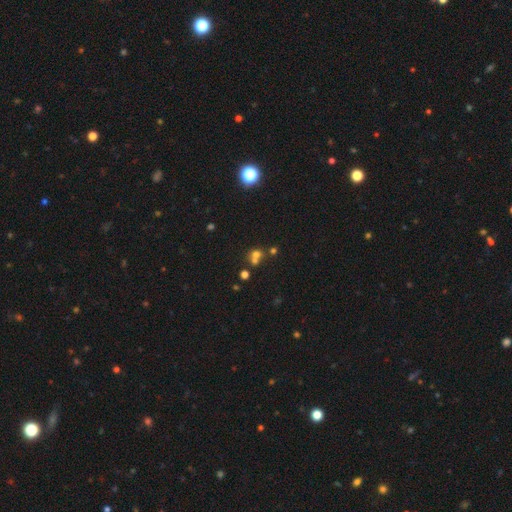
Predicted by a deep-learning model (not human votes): Smooth or featured? Predicted: smooth (p=0.59). How rounded? Predicted: round (p=0.79). Merging? Predicted: merger (p=0.49).